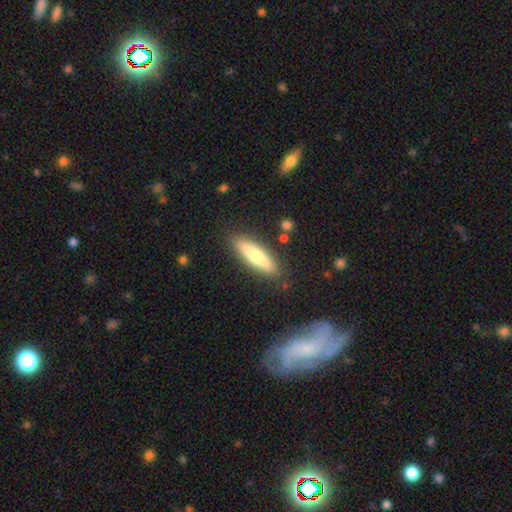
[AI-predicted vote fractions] This is likely a smooth galaxy (61%). How rounded: likely cigar-shaped (69%). Merging: clearly none (85%).